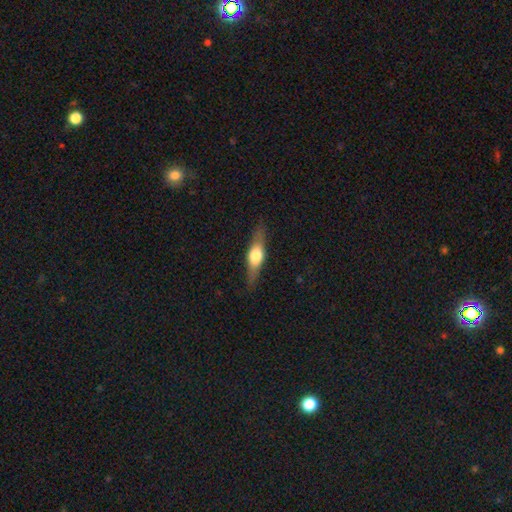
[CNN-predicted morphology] A featured or disk galaxy (55%) viewed edge-on (92%) with a rounded central bulge (93%).

Vote fractions:
- Smooth or featured? featured or disk: 55% / smooth: 39% / star or artifact: 6%
- Edge-on disk? yes: 92% / no: 8%
- Edge-on bulge? rounded: 93% / boxy: 5% / none: 2%
- Merging? none: 83% / minor disturbance: 13% / major disturbance: 3% / merger: 1%